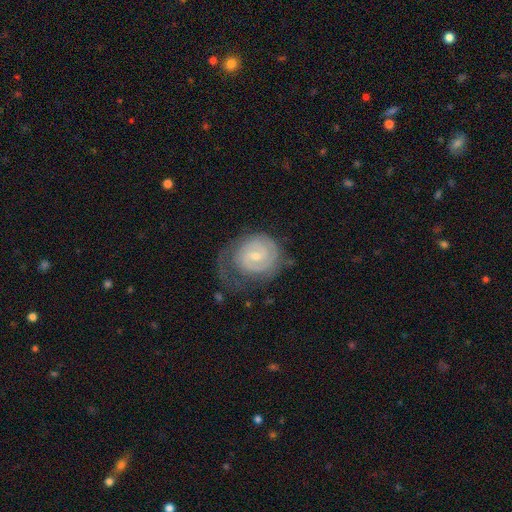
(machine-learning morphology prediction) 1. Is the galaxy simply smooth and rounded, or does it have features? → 85% featured or disk, 10% smooth, 5% star or artifact.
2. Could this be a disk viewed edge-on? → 98% no, 2% yes.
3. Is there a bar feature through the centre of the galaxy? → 48% weak, 42% no, 10% strong.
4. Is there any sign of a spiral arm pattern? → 96% yes, 4% no.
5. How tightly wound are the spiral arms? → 72% tight, 23% medium, 5% loose.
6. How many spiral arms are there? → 62% 2, 17% can't tell, 9% 3, 7% 1, 3% 4, 2% more than 4.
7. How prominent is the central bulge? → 64% small, 33% moderate, 2% none, 1% large, 1% dominant.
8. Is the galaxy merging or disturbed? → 58% none, 22% minor disturbance, 17% major disturbance, 2% merger.